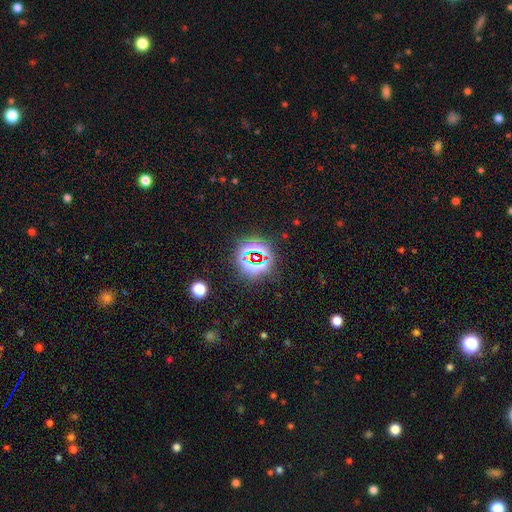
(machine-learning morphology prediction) This appears to be a star or artifact, not a galaxy (82%).